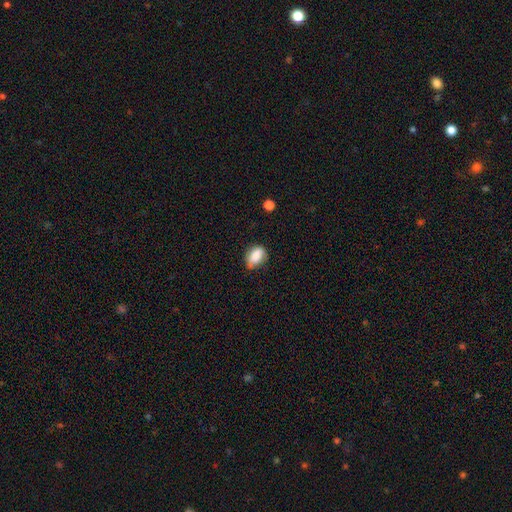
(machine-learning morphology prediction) Overall: smooth (78%). How rounded: in between (75%). Merging: none (63%; minor disturbance 28%).